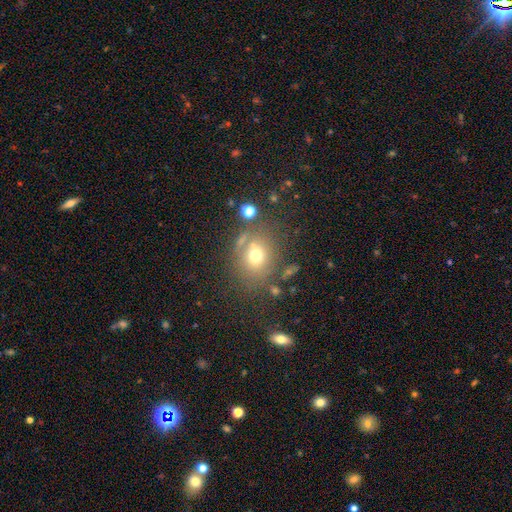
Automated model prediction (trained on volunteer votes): smooth_or_featured: smooth (p=0.67) [alt: star or artifact p=0.17]
how_rounded: round (p=0.66) [alt: in between p=0.32]
merging: none (p=0.67) [alt: minor disturbance p=0.15]